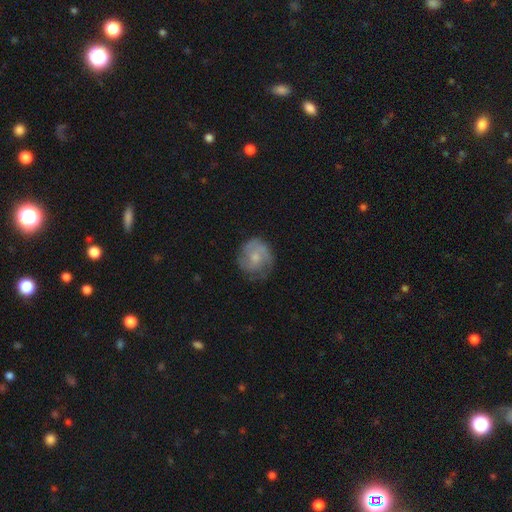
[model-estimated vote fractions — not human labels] Smooth or featured? smooth (47%)
Merging? none (66%)